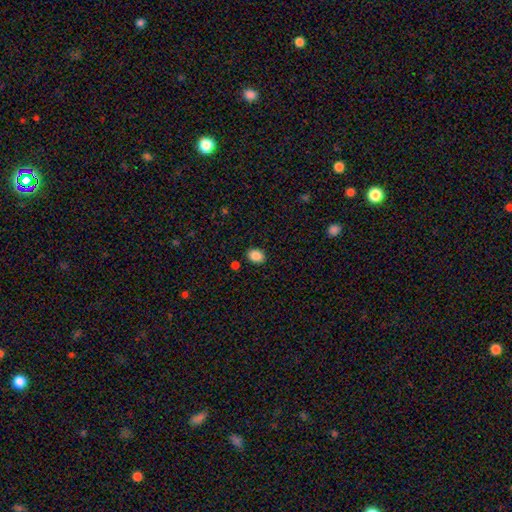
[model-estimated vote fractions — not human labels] smooth_or_featured: smooth (p=0.87) [alt: star or artifact p=0.09]
how_rounded: in between (p=0.58) [alt: round p=0.41]
merging: none (p=0.88) [alt: minor disturbance p=0.08]